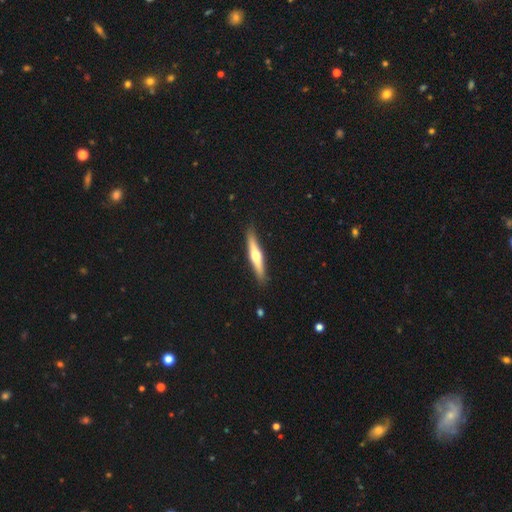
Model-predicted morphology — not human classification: This appears to be a featured or disk galaxy (58%) viewed edge-on (96%) with a rounded central bulge (92%). Merging: none (90%).